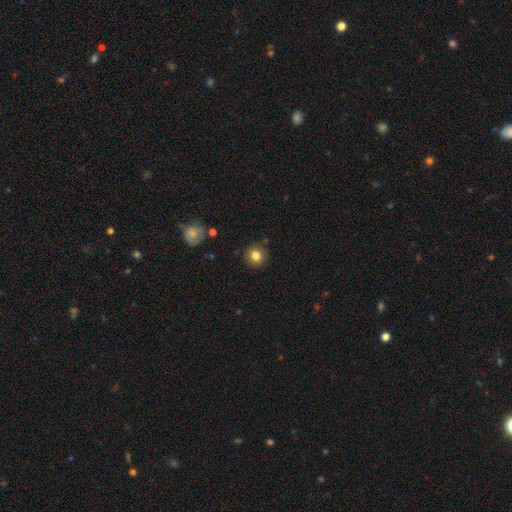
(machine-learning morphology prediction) Smooth or featured? Predicted: smooth (p=0.81). How rounded? Predicted: round (p=0.87). Merging? Predicted: none (p=0.87).